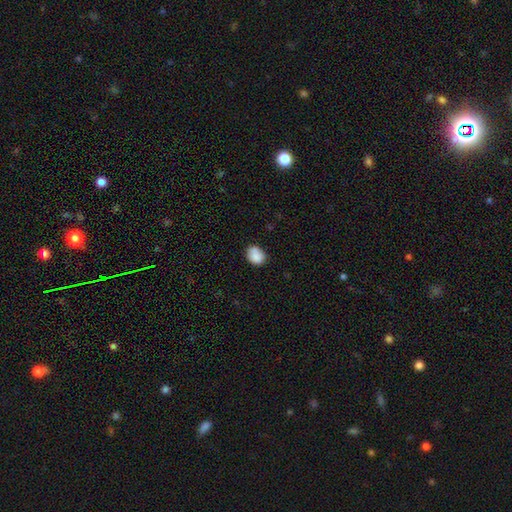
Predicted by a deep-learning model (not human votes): Smooth or featured? smooth (85%)
How rounded? in between (57%)
Merging? none (67%)